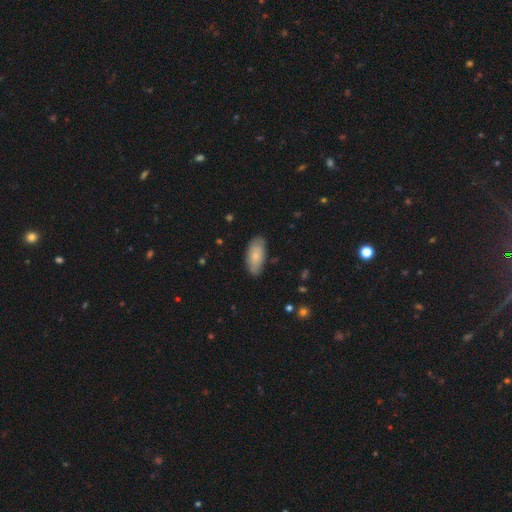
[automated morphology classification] The model was most divided on "smooth or featured": smooth: 80%, featured or disk: 14%, star or artifact: 6%. More confident: how rounded — in between (89%); merging — none (82%).